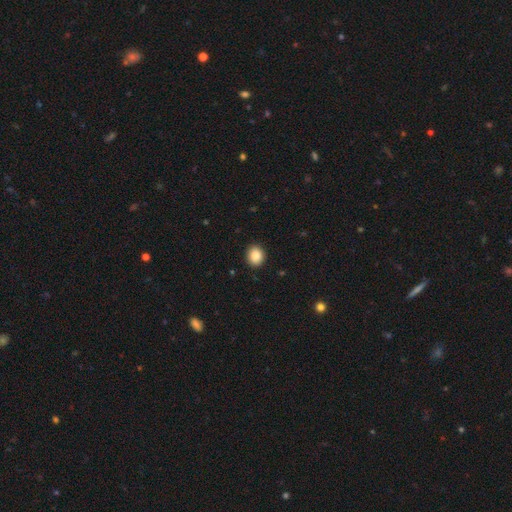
This is clearly a smooth galaxy (92%). How rounded: clearly round (83%). Merging: clearly none (92%).